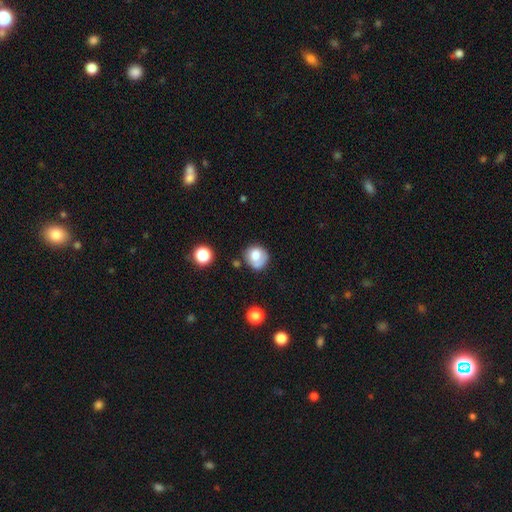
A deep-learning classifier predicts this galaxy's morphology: A smooth galaxy with no disk features (73%) that is round (81%). Merging: none (58%).